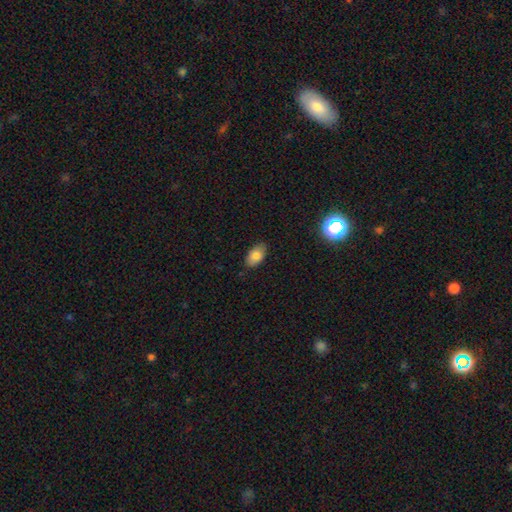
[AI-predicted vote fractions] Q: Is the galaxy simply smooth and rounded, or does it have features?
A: smooth — 83%.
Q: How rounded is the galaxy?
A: in between — 93%.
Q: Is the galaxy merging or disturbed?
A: none — 84%.